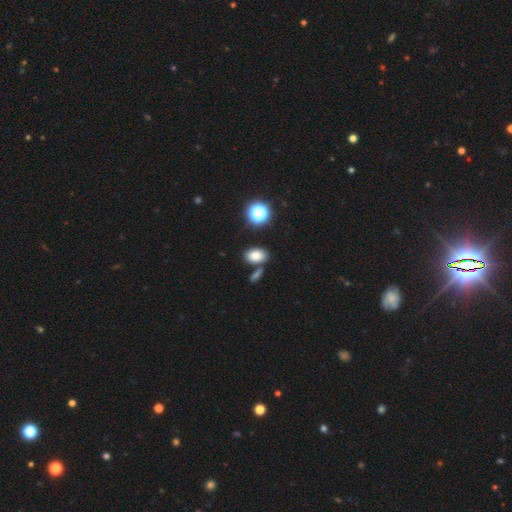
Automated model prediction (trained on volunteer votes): Smooth or featured?
  - smooth: 80% *
  - star or artifact: 13%
  - featured or disk: 8%
How rounded?
  - in between: 80% *
  - round: 18%
  - cigar-shaped: 1%
Merging?
  - none: 73% *
  - merger: 13%
  - minor disturbance: 11%
  - major disturbance: 3%